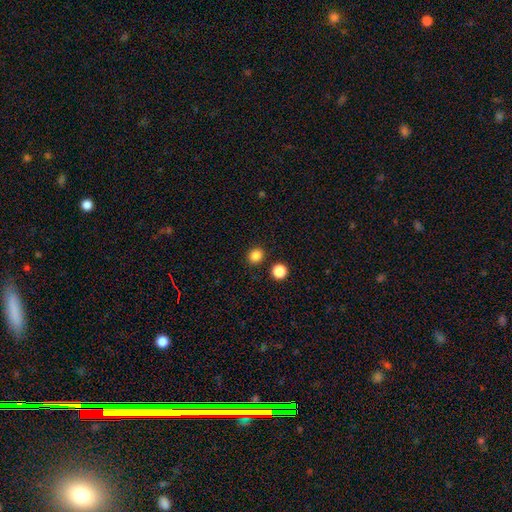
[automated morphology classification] Smooth or featured: smooth — 84% (star or artifact — 12%)
How rounded: round — 81% (in between — 18%)
Merging: none — 88% (minor disturbance — 6%)